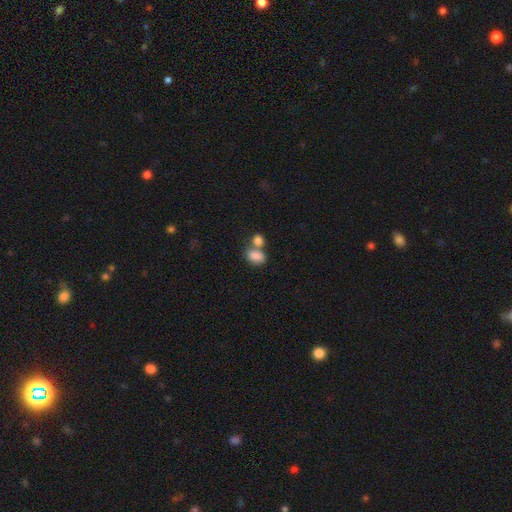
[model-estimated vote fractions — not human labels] Smooth or featured: smooth — 84% (star or artifact — 9%)
How rounded: in between — 81% (round — 18%)
Merging: merger — 53% (none — 33%)